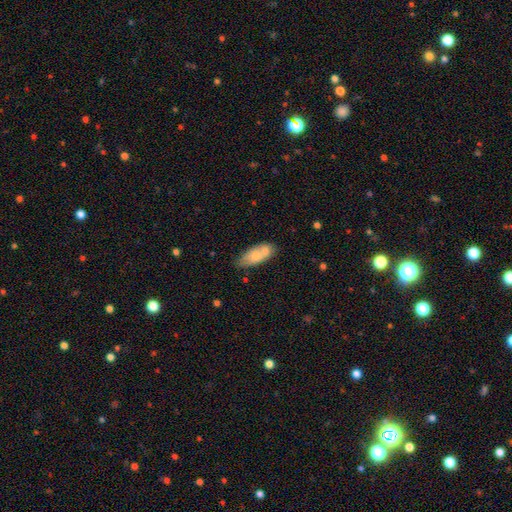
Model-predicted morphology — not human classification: The model was most divided on "merging": none: 46%, merger: 28%, minor disturbance: 20%, major disturbance: 6%. More confident: how rounded — in between (82%); smooth or featured — smooth (70%).